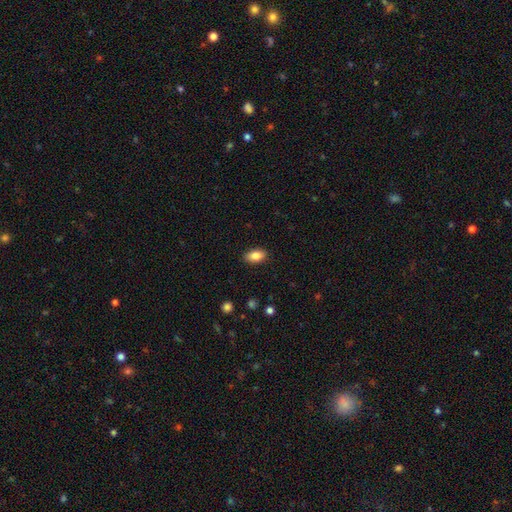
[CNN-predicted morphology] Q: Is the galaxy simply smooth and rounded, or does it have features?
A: smooth — 85%.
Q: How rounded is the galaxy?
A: in between — 91%.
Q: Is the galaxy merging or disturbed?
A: none — 88%.